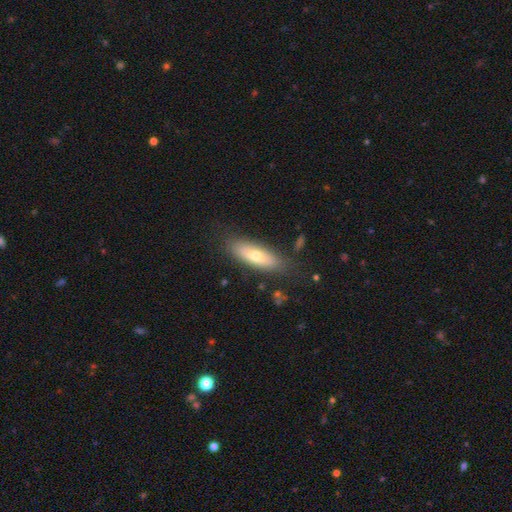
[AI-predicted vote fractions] smooth 63%, featured or disk 30%, star or artifact 7%. Down the decision tree: how rounded — in between (57%); merging — none (80%).